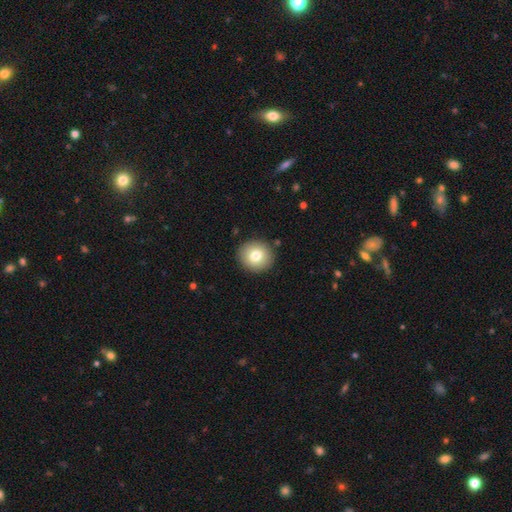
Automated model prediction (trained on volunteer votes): Smooth or featured? smooth (78%)
How rounded? round (89%)
Merging? none (90%)